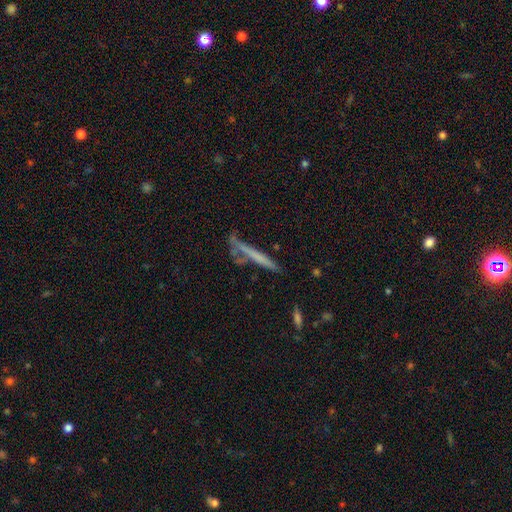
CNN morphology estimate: smooth 51%, featured or disk 41%, star or artifact 8%. Down the decision tree: how rounded — cigar-shaped (95%); merging — none (68%).